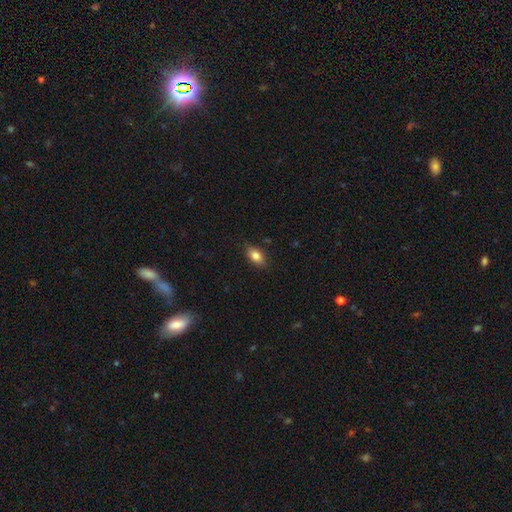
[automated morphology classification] A smooth galaxy with no disk features (79%) that is in between round and cigar-shaped (87%). Merging: none (82%).